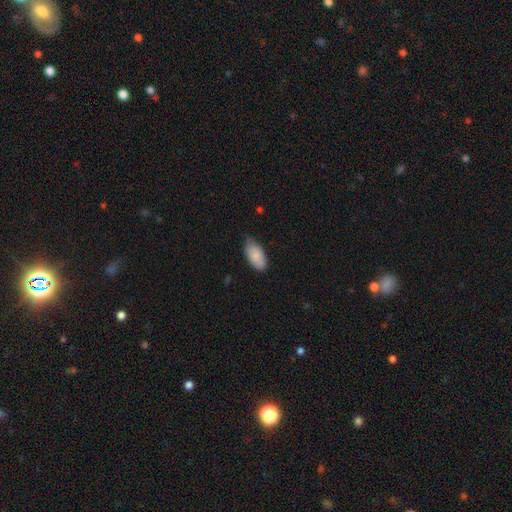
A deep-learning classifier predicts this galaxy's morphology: This is clearly a smooth galaxy (84%). How rounded: clearly in between (93%). Merging: likely none (66%).